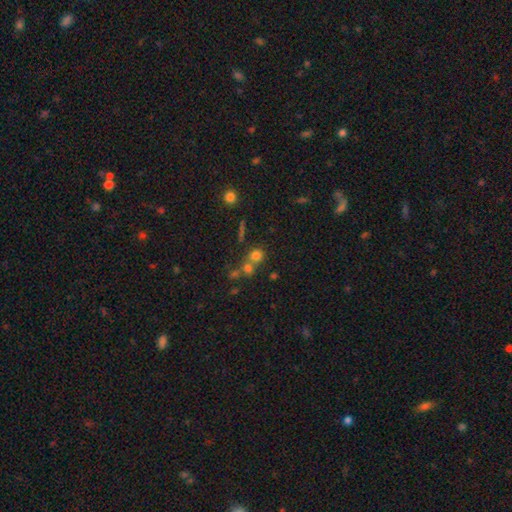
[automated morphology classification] Q: Smooth or featured?
A: smooth (69%); runner-up: star or artifact (19%)
Q: How rounded?
A: round (87%); runner-up: in between (12%)
Q: Merging?
A: none (49%); runner-up: merger (41%)